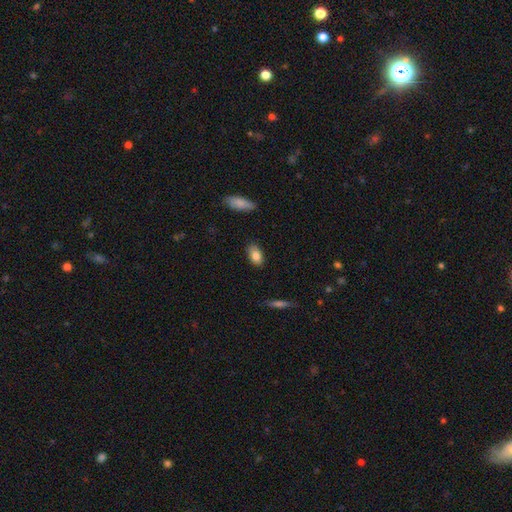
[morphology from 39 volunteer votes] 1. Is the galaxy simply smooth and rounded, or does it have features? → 87% smooth, 10% featured or disk, 3% star or artifact.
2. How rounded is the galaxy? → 85% in between, 9% round, 6% cigar-shaped.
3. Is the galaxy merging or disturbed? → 84% none, 8% minor disturbance, 8% major disturbance, 0% merger.